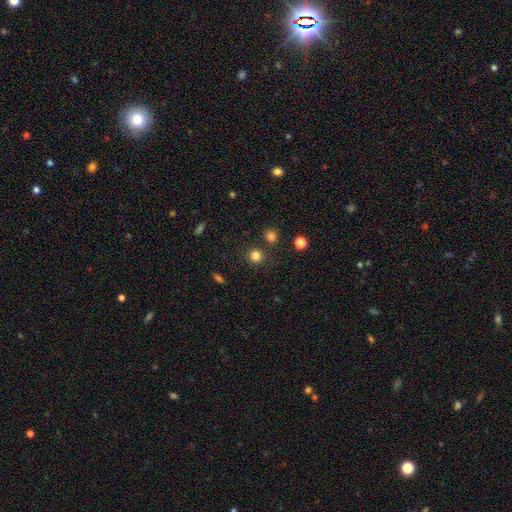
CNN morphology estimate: Smooth or featured?
  - smooth: 81% *
  - star or artifact: 14%
  - featured or disk: 5%
How rounded?
  - round: 91% *
  - in between: 8%
  - cigar-shaped: 1%
Merging?
  - none: 84% *
  - minor disturbance: 7%
  - merger: 6%
  - major disturbance: 3%